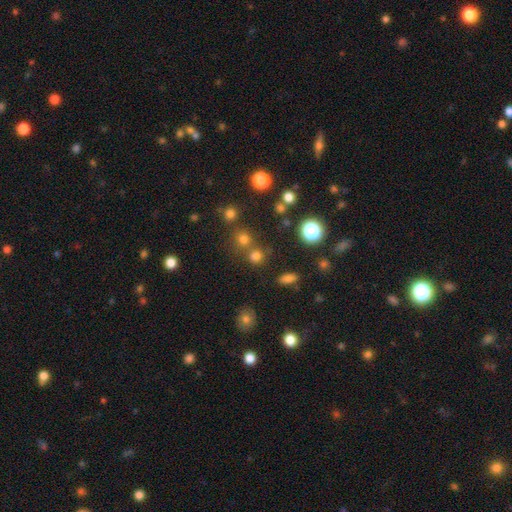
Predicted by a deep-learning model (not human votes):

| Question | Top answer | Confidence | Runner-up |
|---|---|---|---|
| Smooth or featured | smooth | 67% | star or artifact (26%) |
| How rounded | round | 86% | in between (12%) |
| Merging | none | 67% | merger (21%) |